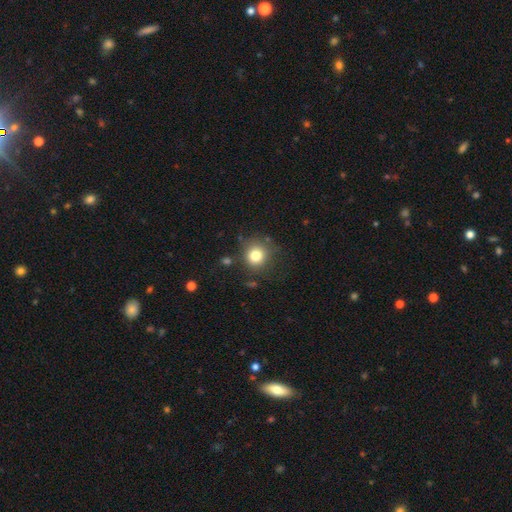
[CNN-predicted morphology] Smooth or featured: smooth — 80% (star or artifact — 12%)
How rounded: round — 91% (in between — 8%)
Merging: none — 80% (minor disturbance — 12%)